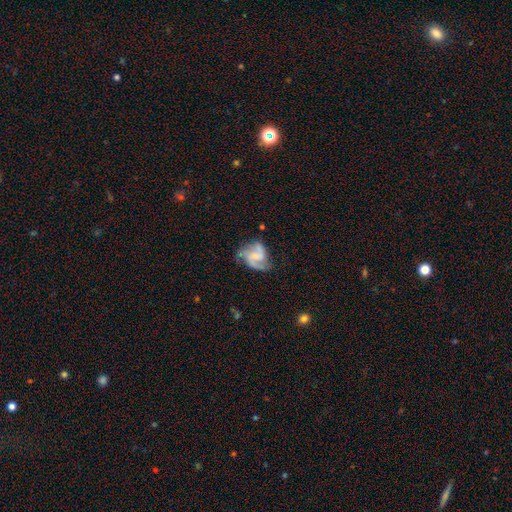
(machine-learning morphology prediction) Overall: featured or disk (75%). Edge-on disk: no (98%). Bar: no (48%; weak 41%). Spiral arms: yes (91%). Spiral arm count: 2 (51%; 3 26%). Spiral winding: medium (48%; loose 34%). Bulge size: none (38%; small 36%). Merging: none (52%; minor disturbance 24%).